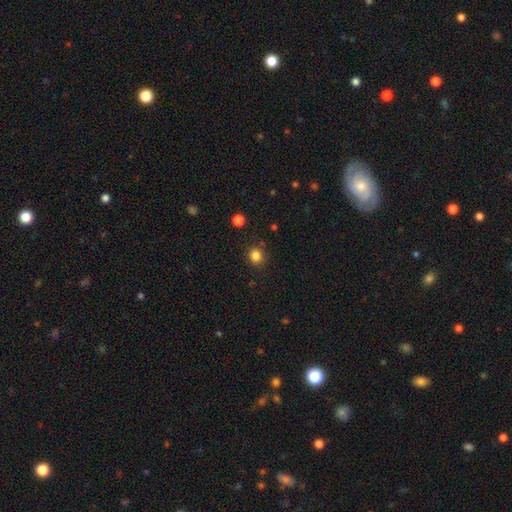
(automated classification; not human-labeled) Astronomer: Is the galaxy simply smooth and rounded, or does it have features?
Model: smooth — 83%.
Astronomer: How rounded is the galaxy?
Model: round — 84%.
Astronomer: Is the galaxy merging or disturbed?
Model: none — 86%.